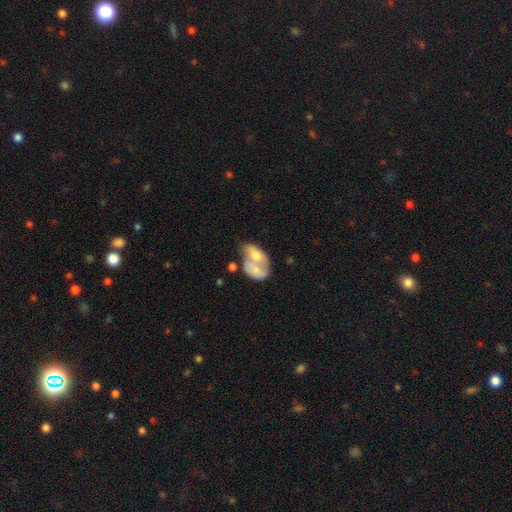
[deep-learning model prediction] Smooth or featured? Predicted: smooth (p=0.60). How rounded? Predicted: in between (p=0.83). Merging? Predicted: merger (p=0.71).